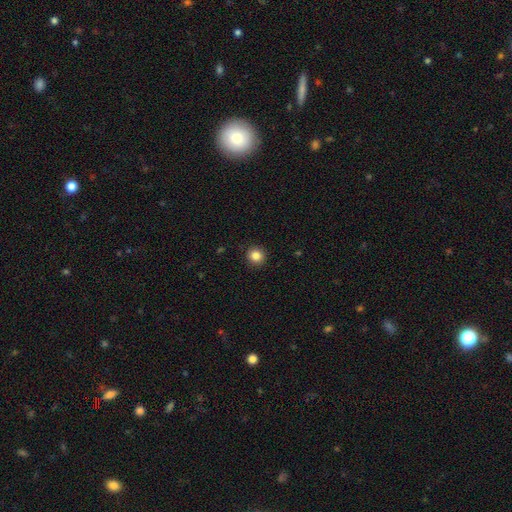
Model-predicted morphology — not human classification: smooth-or-featured: smooth: 85% | star or artifact: 11% | featured or disk: 5%
  how-rounded: round: 92% | in between: 7% | cigar-shaped: 1%
  merging: none: 92% | minor disturbance: 6% | major disturbance: 2% | merger: 1%